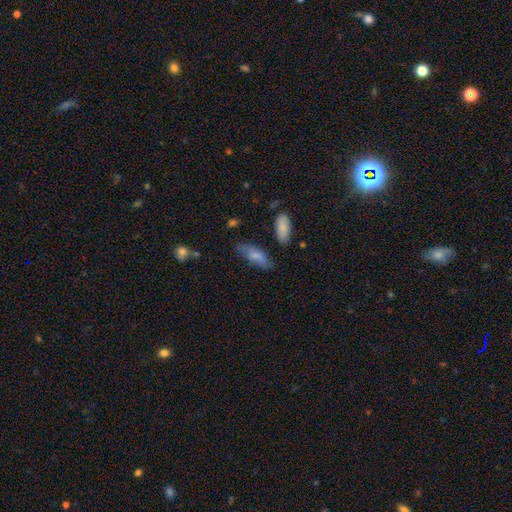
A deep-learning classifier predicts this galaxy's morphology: smooth 74%, featured or disk 19%, star or artifact 7%. Down the decision tree: how rounded — in between (75%); merging — none (64%).